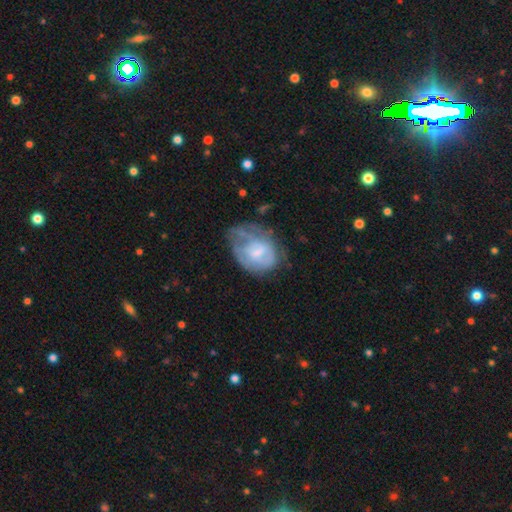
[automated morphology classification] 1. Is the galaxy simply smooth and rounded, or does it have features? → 52% featured or disk, 38% smooth, 10% star or artifact.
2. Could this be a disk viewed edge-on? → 96% no, 4% yes.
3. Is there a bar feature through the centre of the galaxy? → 61% no, 33% weak, 6% strong.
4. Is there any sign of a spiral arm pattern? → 53% yes, 47% no.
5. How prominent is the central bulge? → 44% small, 36% moderate, 14% none, 5% large, 1% dominant.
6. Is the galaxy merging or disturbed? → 44% none, 31% minor disturbance, 23% major disturbance, 2% merger.